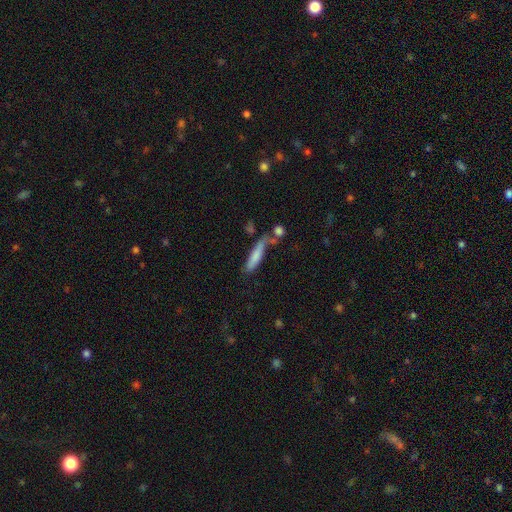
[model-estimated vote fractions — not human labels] Smooth or featured?
  - smooth: 74% *
  - featured or disk: 19%
  - star or artifact: 7%
How rounded?
  - cigar-shaped: 83% *
  - in between: 16%
  - round: 2%
Merging?
  - none: 55% *
  - minor disturbance: 21%
  - merger: 16%
  - major disturbance: 9%